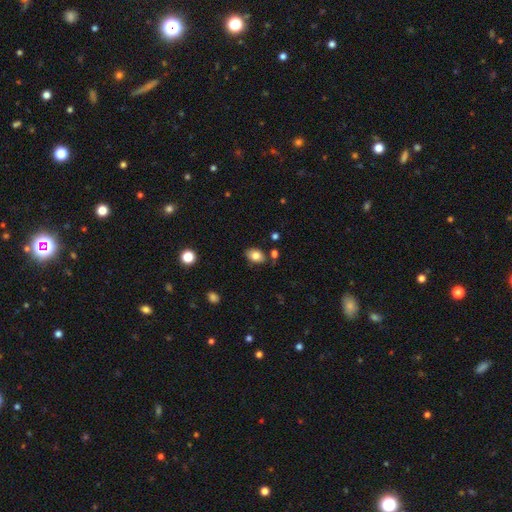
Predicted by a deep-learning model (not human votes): smooth 81%, featured or disk 10%, star or artifact 9%. Down the decision tree: how rounded — in between (79%); merging — none (78%).